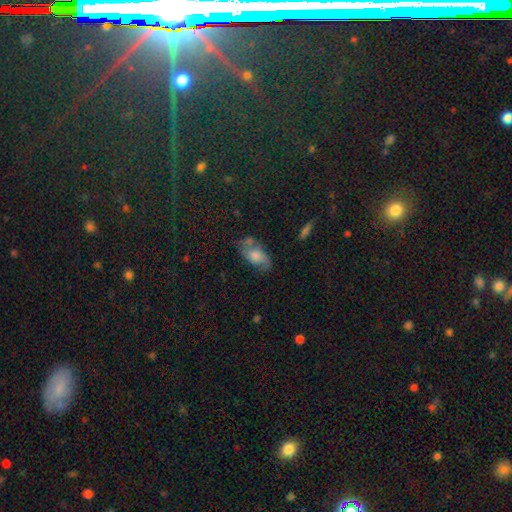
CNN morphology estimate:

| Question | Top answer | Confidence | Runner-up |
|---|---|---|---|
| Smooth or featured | smooth | 56% | featured or disk (34%) |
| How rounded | in between | 89% | round (6%) |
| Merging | none | 46% | minor disturbance (28%) |